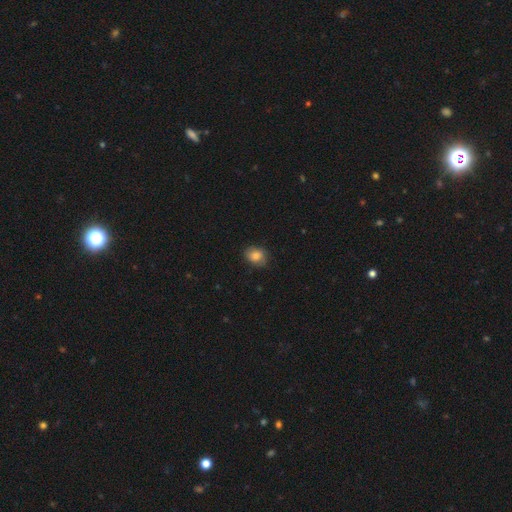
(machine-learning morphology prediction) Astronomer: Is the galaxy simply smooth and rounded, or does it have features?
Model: smooth — 82%.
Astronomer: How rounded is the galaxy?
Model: in between — 54% (runner-up: round, 45%).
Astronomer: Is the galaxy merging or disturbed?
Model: none — 80%.